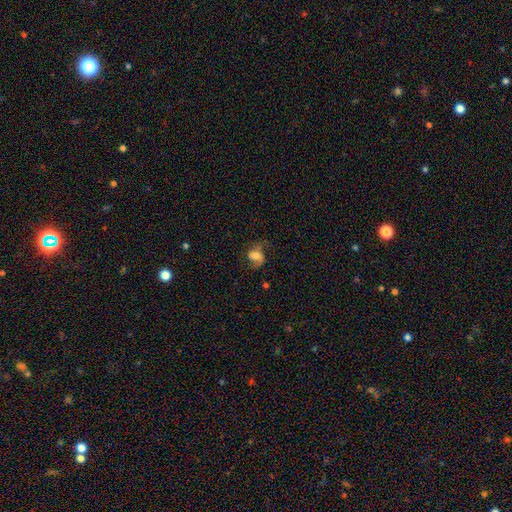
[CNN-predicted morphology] Smooth or featured? featured or disk (46%)
Merging? none (53%)